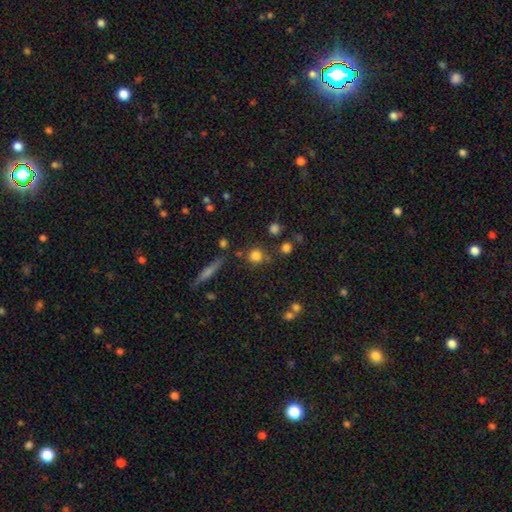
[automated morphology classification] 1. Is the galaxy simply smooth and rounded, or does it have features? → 79% smooth, 13% star or artifact, 8% featured or disk.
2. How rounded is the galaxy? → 90% round, 8% in between, 2% cigar-shaped.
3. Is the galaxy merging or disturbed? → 76% none, 10% minor disturbance, 10% merger, 4% major disturbance.